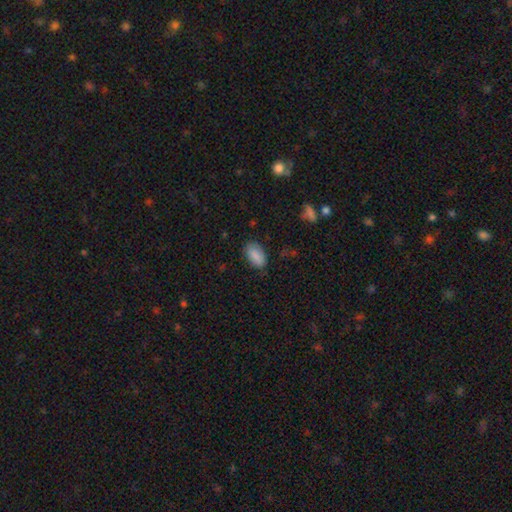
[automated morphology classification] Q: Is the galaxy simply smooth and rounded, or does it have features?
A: smooth — 88%.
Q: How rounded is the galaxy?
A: in between — 94%.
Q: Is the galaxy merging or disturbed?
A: none — 80%.